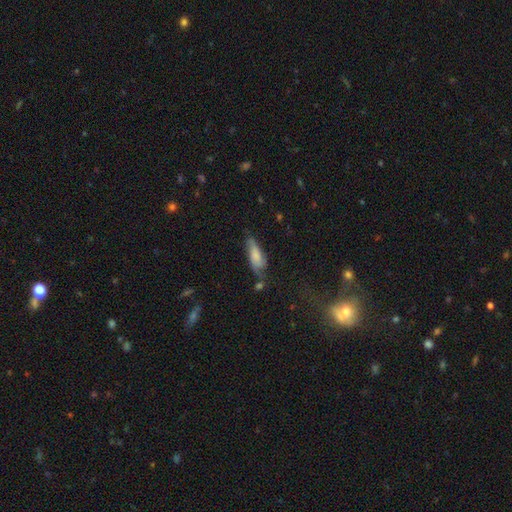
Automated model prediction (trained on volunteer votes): Smooth or featured: smooth — 63% (featured or disk — 30%)
How rounded: in between — 64% (cigar-shaped — 33%)
Merging: none — 45% (minor disturbance — 33%)